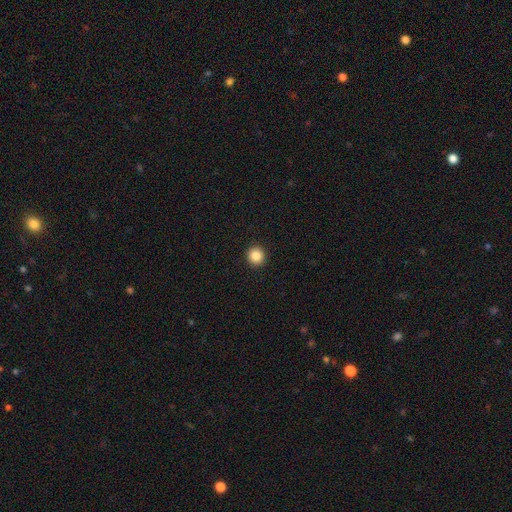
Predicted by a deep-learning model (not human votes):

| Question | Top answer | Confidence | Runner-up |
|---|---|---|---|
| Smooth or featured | smooth | 85% | star or artifact (10%) |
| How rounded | round | 95% | in between (4%) |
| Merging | none | 94% | minor disturbance (4%) |